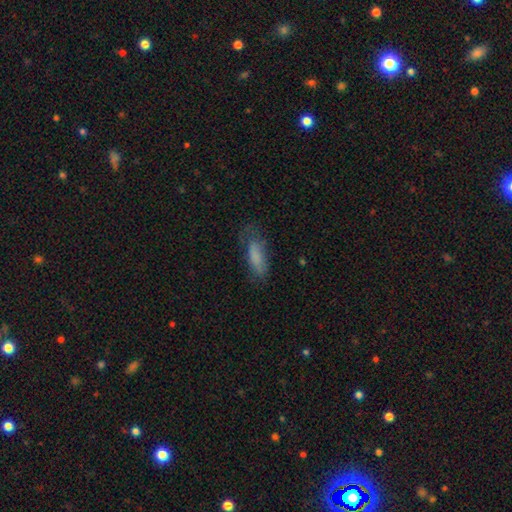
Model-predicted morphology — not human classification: This is likely a smooth galaxy (76%). How rounded: possibly in between (58%). Merging: possibly none (51%).